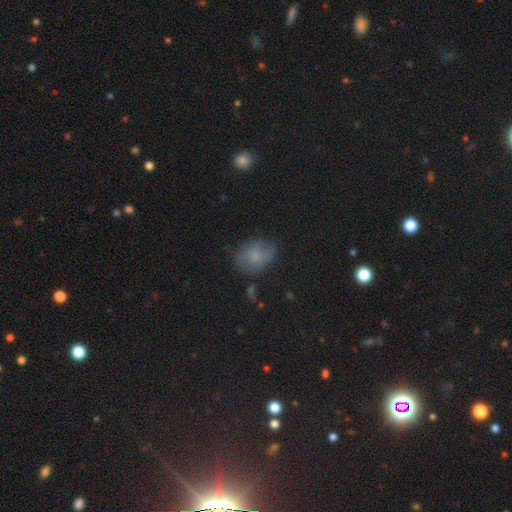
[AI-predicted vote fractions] smooth 67%, featured or disk 20%, star or artifact 13%. Down the decision tree: how rounded — in between (64%); merging — none (52%).